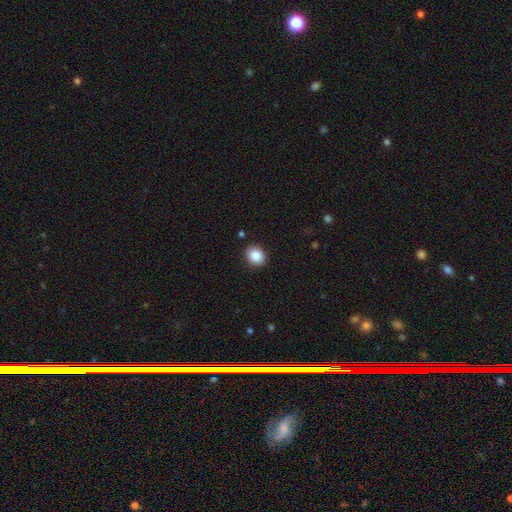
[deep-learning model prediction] smooth 87%, star or artifact 9%, featured or disk 4%. Down the decision tree: how rounded — round (67%); merging — none (89%).